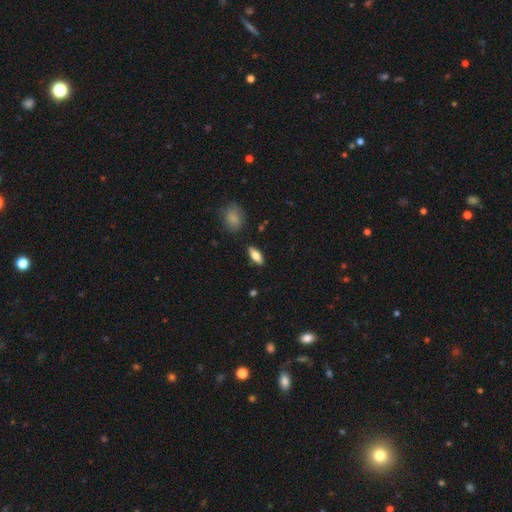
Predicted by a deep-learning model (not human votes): This is likely a smooth galaxy (73%). How rounded: likely in between (75%). Merging: clearly none (87%).